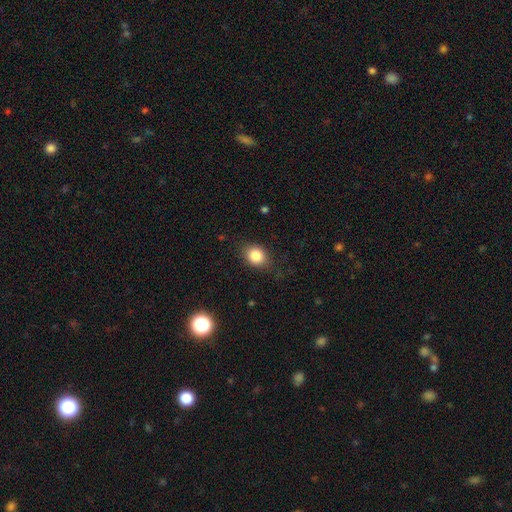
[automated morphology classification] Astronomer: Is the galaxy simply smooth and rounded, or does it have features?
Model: smooth — 84%.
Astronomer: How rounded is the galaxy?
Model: round — 56% (runner-up: in between, 43%).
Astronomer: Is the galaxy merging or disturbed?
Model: none — 77%.